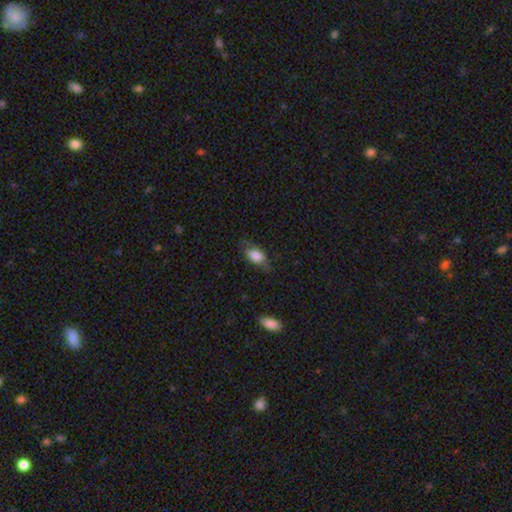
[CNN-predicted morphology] The model was most divided on "merging": none: 60%, minor disturbance: 28%, major disturbance: 10%, merger: 2%. More confident: how rounded — in between (87%); smooth or featured — smooth (78%).